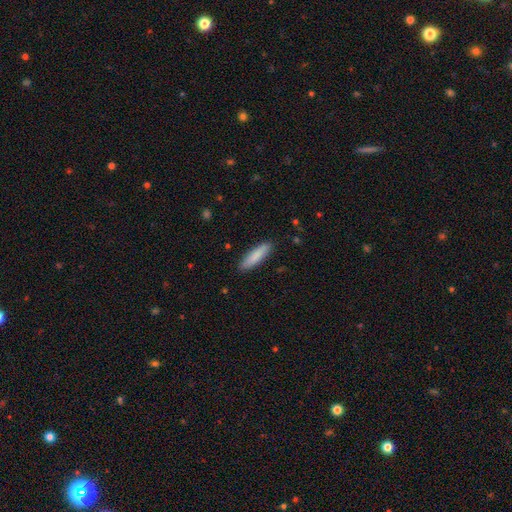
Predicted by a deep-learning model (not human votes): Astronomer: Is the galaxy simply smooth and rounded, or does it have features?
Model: smooth — 85%.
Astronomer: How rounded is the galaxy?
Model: cigar-shaped — 72%.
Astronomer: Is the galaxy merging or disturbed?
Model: none — 88%.